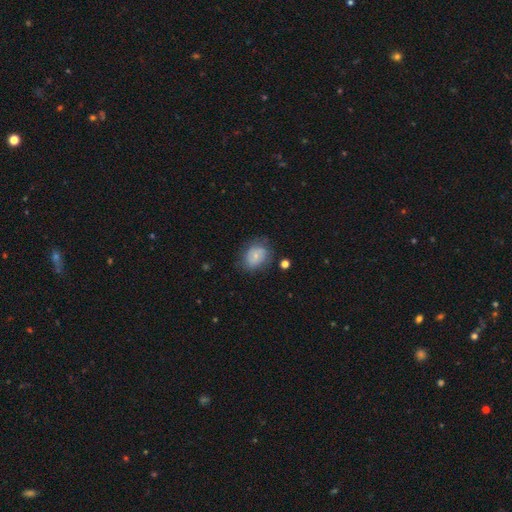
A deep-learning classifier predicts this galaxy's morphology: smooth-or-featured: smooth: 62% | featured or disk: 29% | star or artifact: 9%
  how-rounded: in between: 52% | round: 47% | cigar-shaped: 1%
  merging: none: 66% | minor disturbance: 23% | major disturbance: 9% | merger: 2%